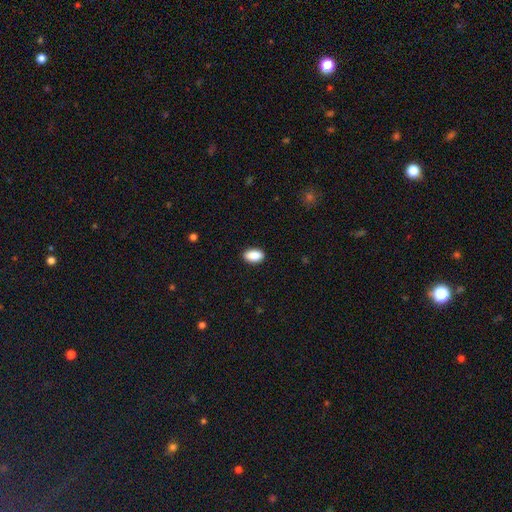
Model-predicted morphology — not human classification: Smooth or featured? Predicted: smooth (p=0.90). How rounded? Predicted: in between (p=0.92). Merging? Predicted: none (p=0.89).